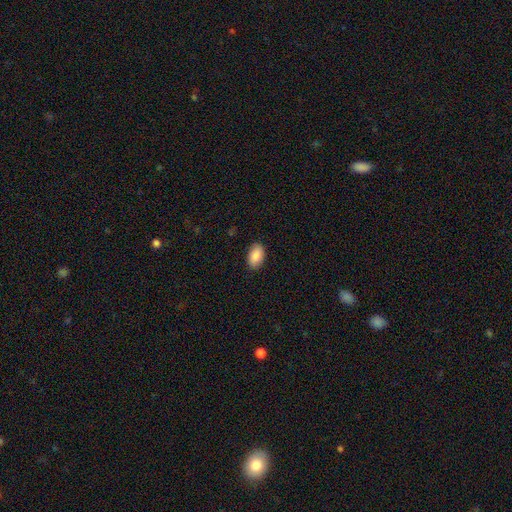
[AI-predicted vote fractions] This is clearly a smooth galaxy (89%). How rounded: clearly in between (94%). Merging: clearly none (88%).